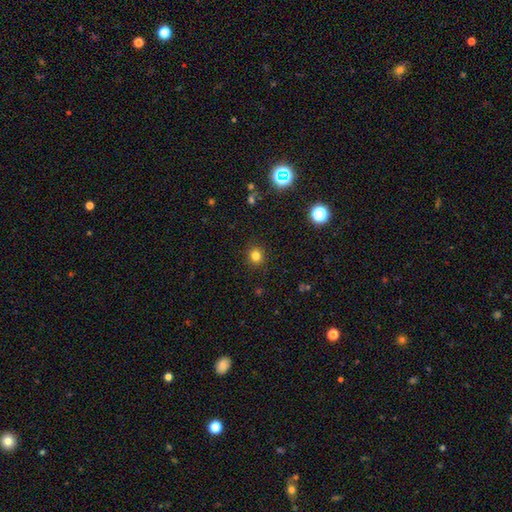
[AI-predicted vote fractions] Q: Smooth or featured?
A: smooth (81%); runner-up: star or artifact (15%)
Q: How rounded?
A: round (87%); runner-up: in between (13%)
Q: Merging?
A: none (91%); runner-up: minor disturbance (6%)